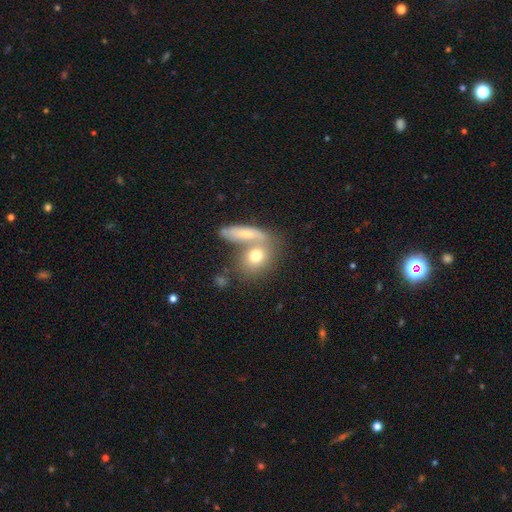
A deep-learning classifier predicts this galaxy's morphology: The model was most divided on "merging" (2-way tie): none: 42%, merger: 42%, minor disturbance: 11%, major disturbance: 5%. Remaining: smooth or featured — smooth (72%); how rounded — round (47%).